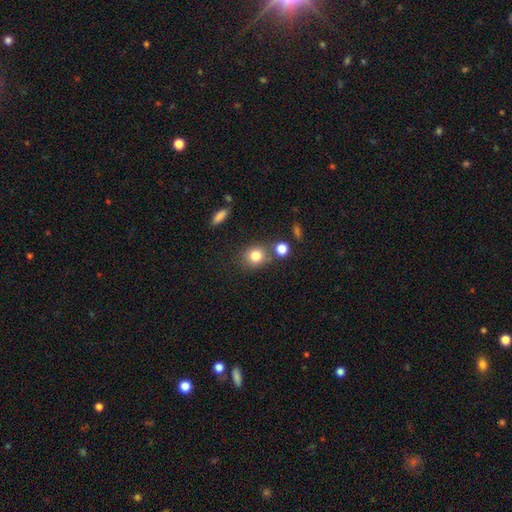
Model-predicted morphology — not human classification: Smooth or featured?
  - smooth: 81% *
  - star or artifact: 11%
  - featured or disk: 8%
How rounded?
  - round: 76% *
  - in between: 23%
  - cigar-shaped: 1%
Merging?
  - none: 67% *
  - merger: 16%
  - minor disturbance: 13%
  - major disturbance: 4%